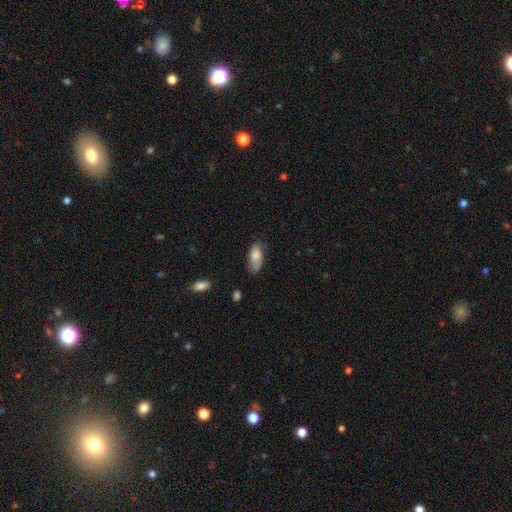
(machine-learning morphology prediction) type=smooth (76%); roundness=in between (87%); merging=none (66%).